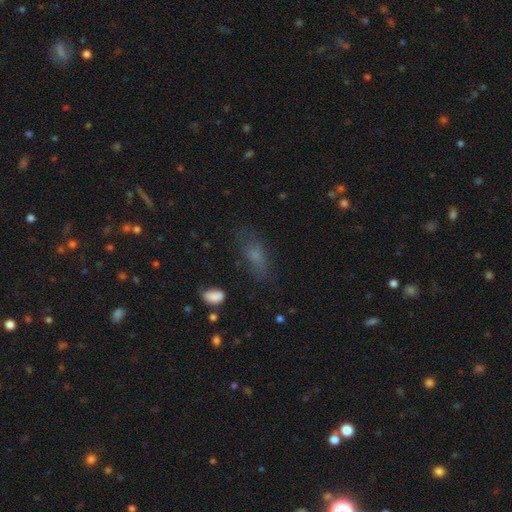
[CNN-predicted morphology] Smooth or featured: smooth — 62% (featured or disk — 21%)
How rounded: in between — 73% (cigar-shaped — 20%)
Merging: none — 61% (minor disturbance — 23%)